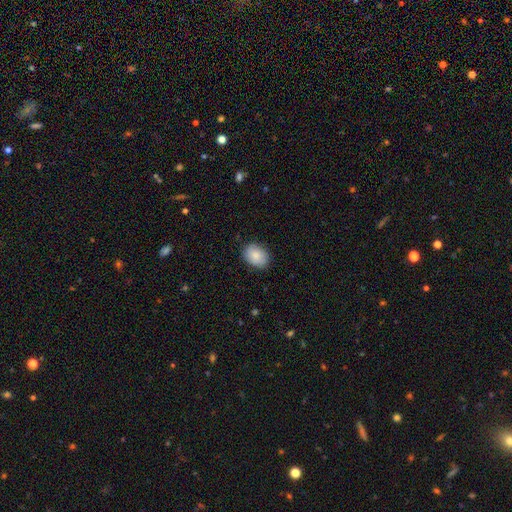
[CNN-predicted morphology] The model was most divided on "how rounded": in between: 72%, round: 27%, cigar-shaped: 1%. More confident: merging — none (84%); smooth or featured — smooth (84%).